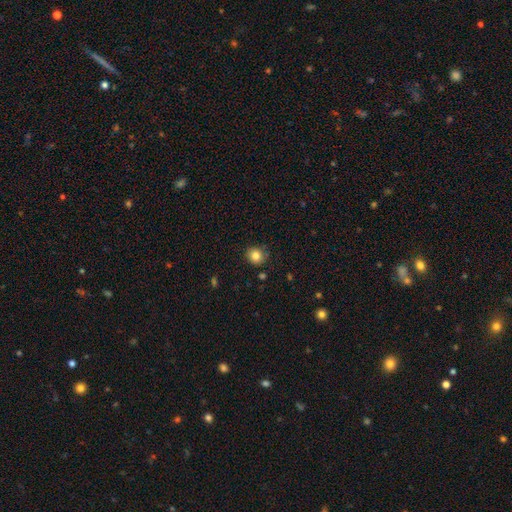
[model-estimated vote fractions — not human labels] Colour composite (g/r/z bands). It shows a smooth galaxy with no disk features (83%) that is round (88%). Merging: none (86%).